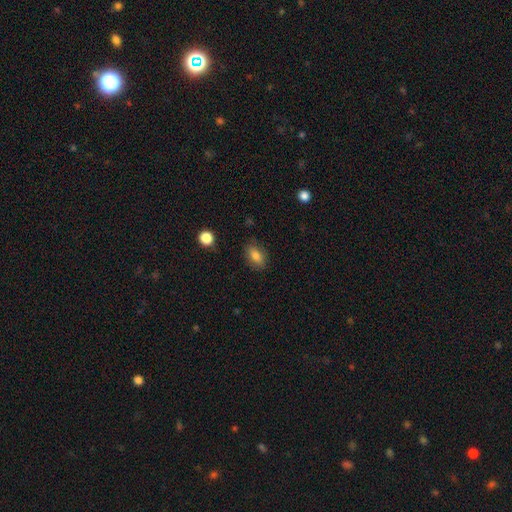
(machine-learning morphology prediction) type=smooth (83%); roundness=in between (84%); merging=none (83%).